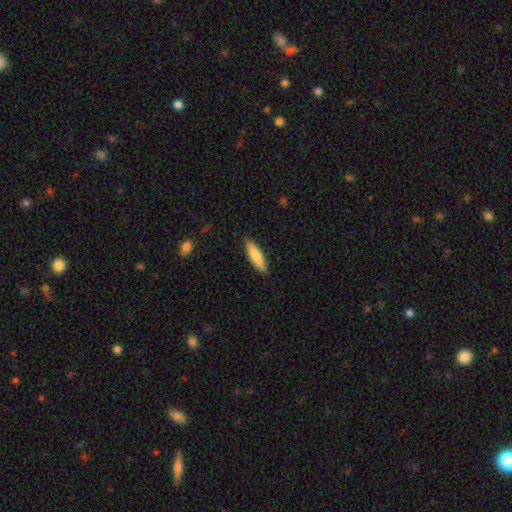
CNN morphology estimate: This appears to be a smooth galaxy with no disk features (79%) that is cigar-shaped (65%). Merging: none (87%).